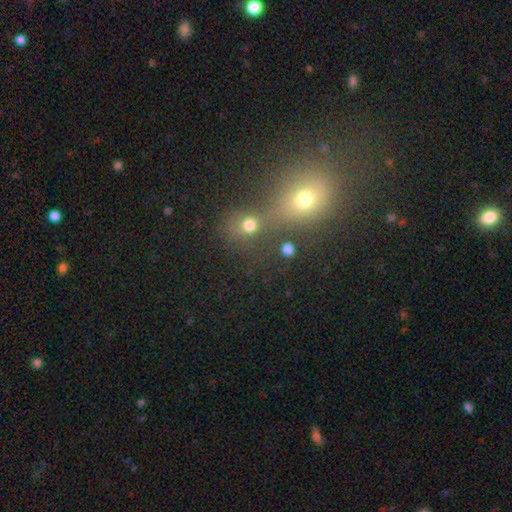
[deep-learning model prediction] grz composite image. It shows a smooth galaxy with no disk features (55%) that is round (67%). Merging: merger (48%).